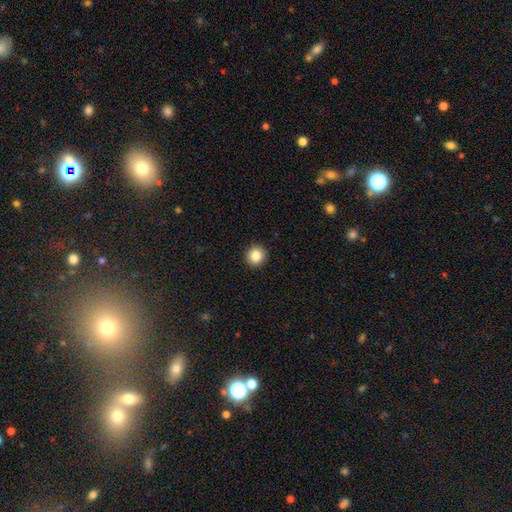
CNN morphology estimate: Smooth or featured?
  - smooth: 86% *
  - star or artifact: 10%
  - featured or disk: 5%
How rounded?
  - round: 94% *
  - in between: 5%
  - cigar-shaped: 1%
Merging?
  - none: 93% *
  - minor disturbance: 5%
  - major disturbance: 1%
  - merger: 1%